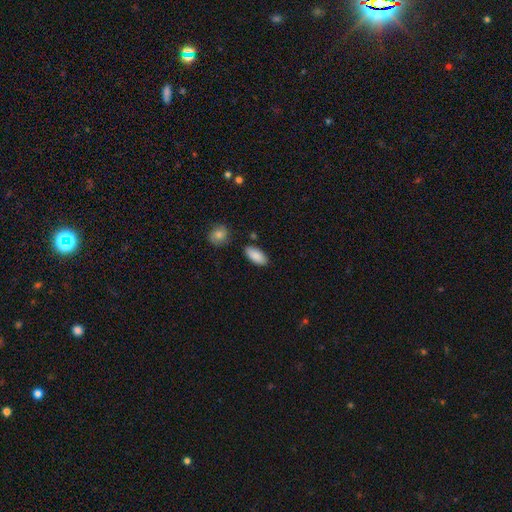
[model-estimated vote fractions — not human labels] smooth 89%, star or artifact 6%, featured or disk 5%. Down the decision tree: how rounded — in between (91%); merging — none (83%).